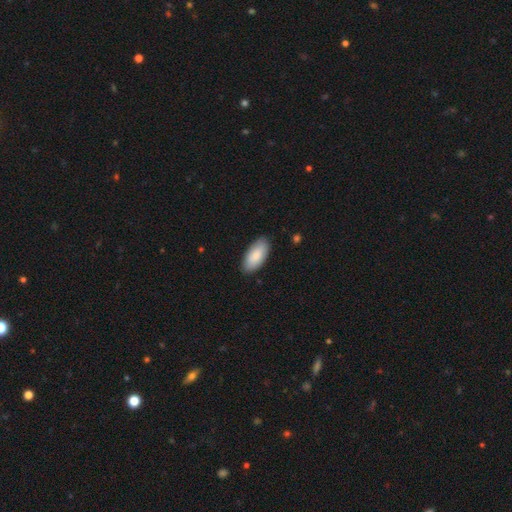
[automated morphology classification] smooth 87%, featured or disk 7%, star or artifact 5%. Down the decision tree: how rounded — in between (92%); merging — none (87%).